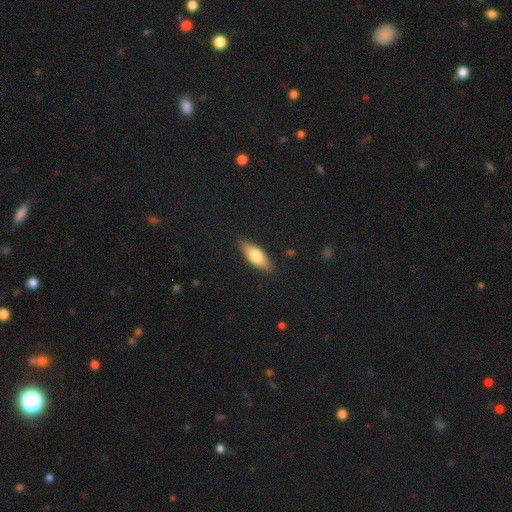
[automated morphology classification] A smooth galaxy with no disk features (68%) that is in between round and cigar-shaped (69%). Merging: none (86%).